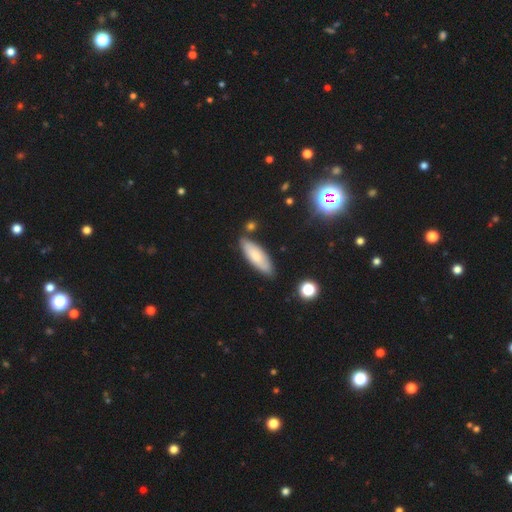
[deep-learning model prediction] The model was most divided on "how rounded": in between: 53%, cigar-shaped: 45%, round: 2%. More confident: merging — none (79%); smooth or featured — smooth (73%).